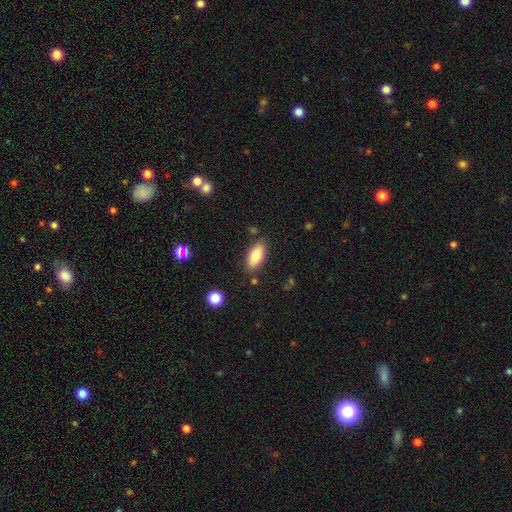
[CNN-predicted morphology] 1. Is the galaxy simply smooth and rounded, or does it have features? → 81% smooth, 12% featured or disk, 7% star or artifact.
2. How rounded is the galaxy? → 88% in between, 9% cigar-shaped, 3% round.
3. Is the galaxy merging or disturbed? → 81% none, 12% minor disturbance, 4% merger, 3% major disturbance.